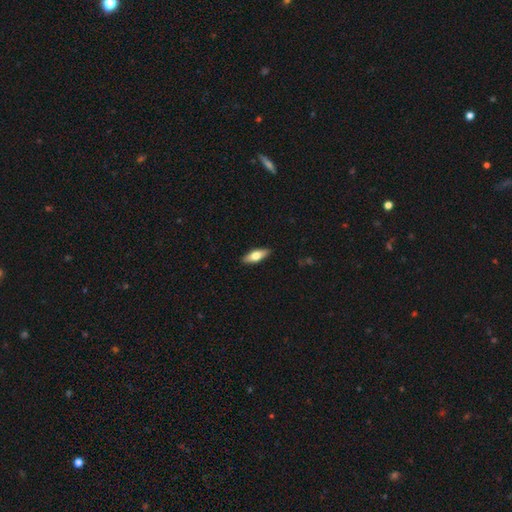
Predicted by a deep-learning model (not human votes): Overall: smooth (64%; featured or disk 30%). How rounded: in between (66%; cigar-shaped 31%). Merging: none (90%).